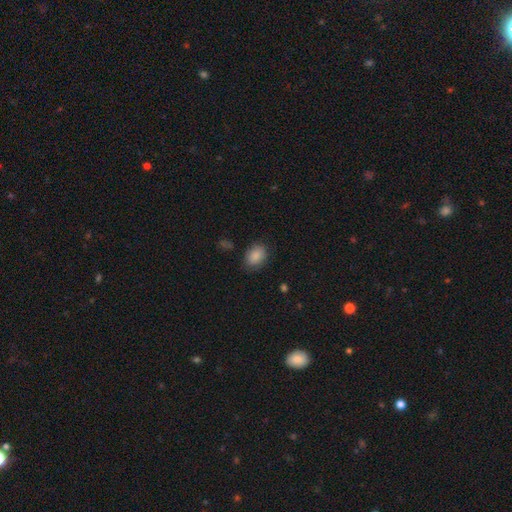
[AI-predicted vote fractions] The model was most divided on "how rounded": in between: 74%, round: 25%, cigar-shaped: 1%. More confident: smooth or featured — smooth (87%); merging — none (80%).